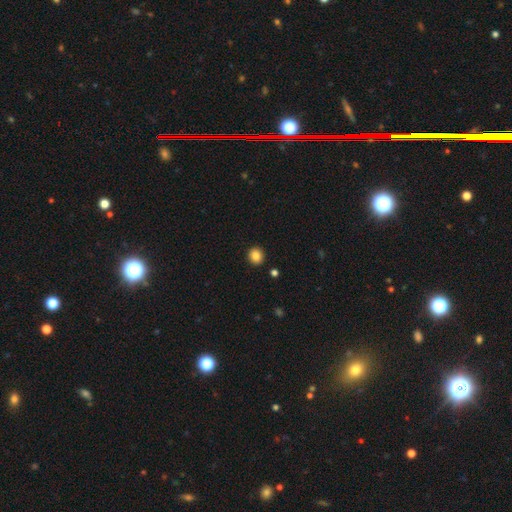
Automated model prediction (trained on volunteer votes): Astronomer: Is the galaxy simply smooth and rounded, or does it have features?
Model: smooth — 85%.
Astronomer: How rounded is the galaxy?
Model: round — 87%.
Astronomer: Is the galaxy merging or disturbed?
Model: none — 92%.